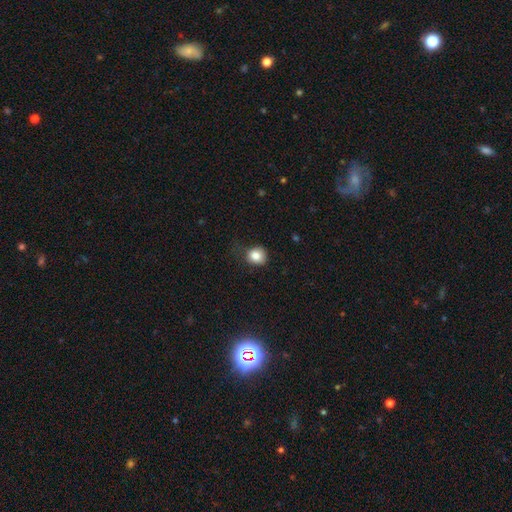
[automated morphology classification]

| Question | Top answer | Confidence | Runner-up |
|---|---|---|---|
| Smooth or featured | smooth | 83% | star or artifact (10%) |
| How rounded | round | 76% | in between (23%) |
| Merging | none | 60% | minor disturbance (28%) |